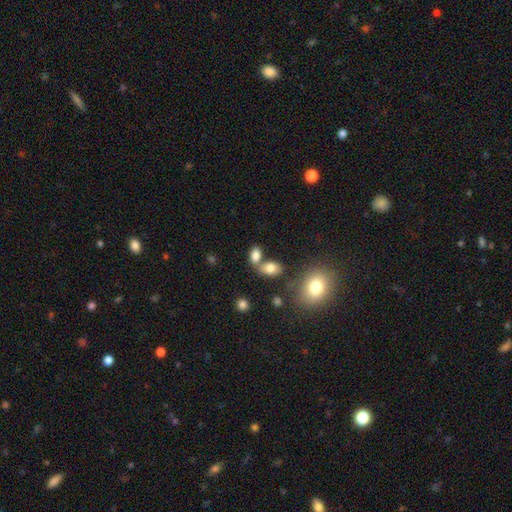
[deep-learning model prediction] This is likely a smooth galaxy (80%). How rounded: clearly in between (86%). Merging: possibly merger (46%).